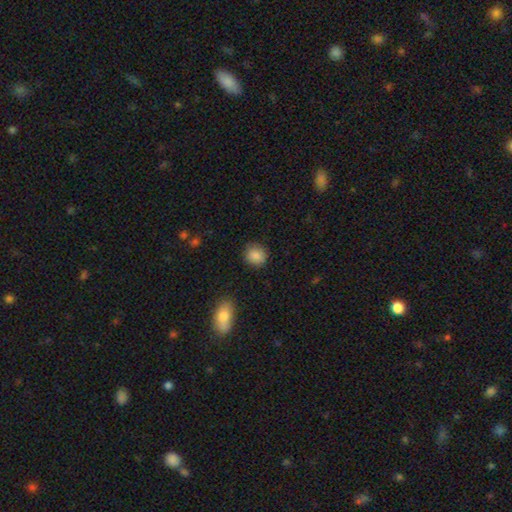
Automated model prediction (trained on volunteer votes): Smooth or featured? smooth (86%)
How rounded? round (87%)
Merging? none (87%)